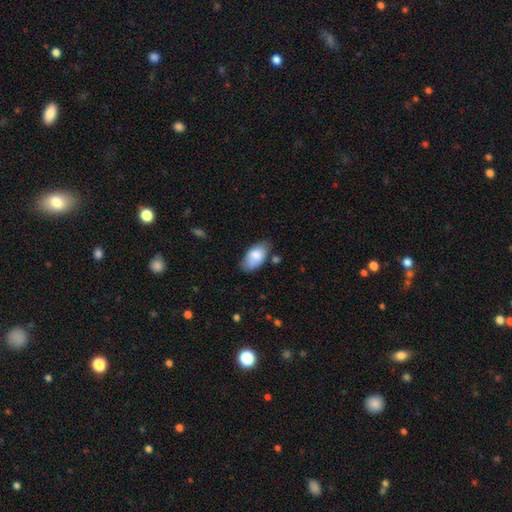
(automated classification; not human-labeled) Overall: smooth (81%). How rounded: in between (95%). Merging: none (69%).